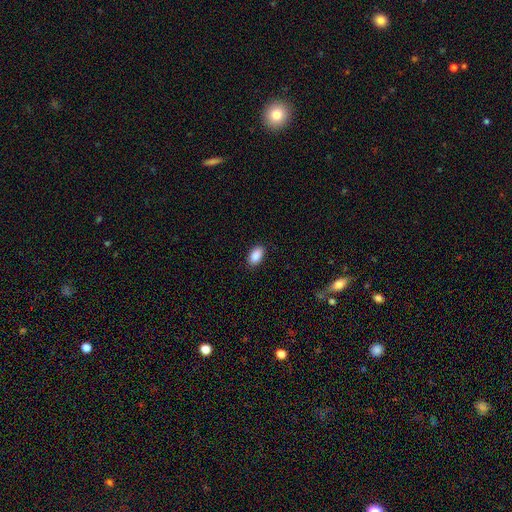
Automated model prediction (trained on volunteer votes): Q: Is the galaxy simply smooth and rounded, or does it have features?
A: smooth — 90%.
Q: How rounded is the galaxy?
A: in between — 93%.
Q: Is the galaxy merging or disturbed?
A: none — 87%.